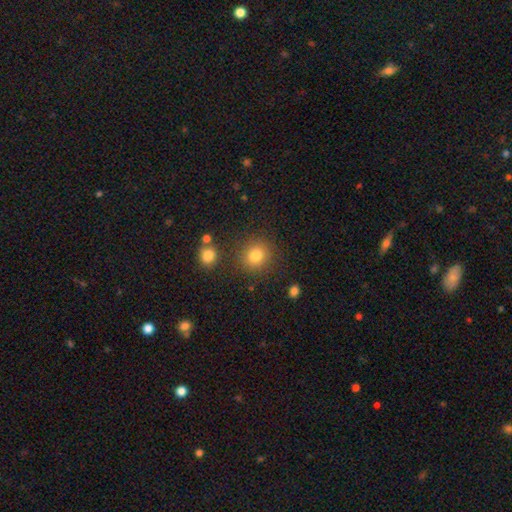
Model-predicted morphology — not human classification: This appears to be a smooth galaxy with no disk features (82%) that is round (88%). Merging: none (84%).